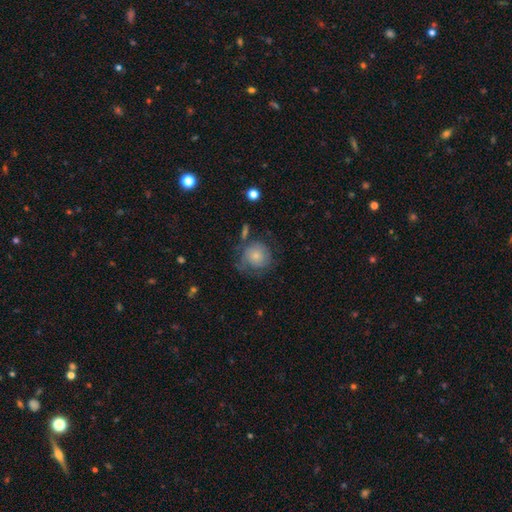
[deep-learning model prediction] smooth-or-featured: smooth: 69% | featured or disk: 23% | star or artifact: 8%
  how-rounded: round: 87% | in between: 12% | cigar-shaped: 1%
  merging: none: 51% | minor disturbance: 26% | major disturbance: 17% | merger: 6%